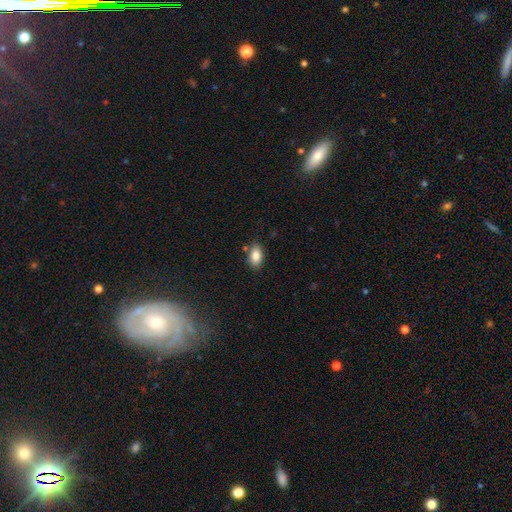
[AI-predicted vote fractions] Smooth or featured? Predicted: smooth (p=0.84). How rounded? Predicted: in between (p=0.91). Merging? Predicted: none (p=0.80).